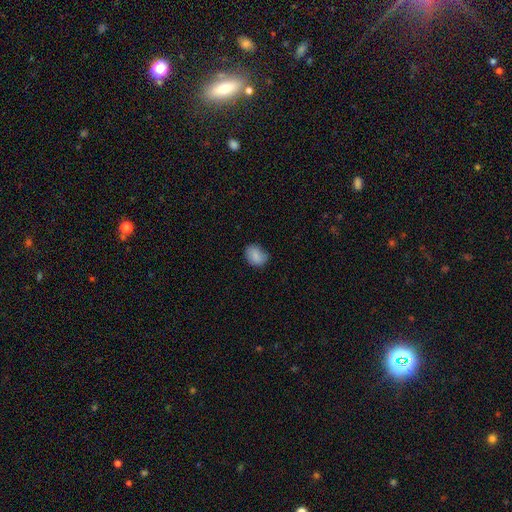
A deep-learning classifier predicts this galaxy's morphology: A smooth galaxy with no disk features (85%) that is in between round and cigar-shaped (56%). Merging: none (73%).